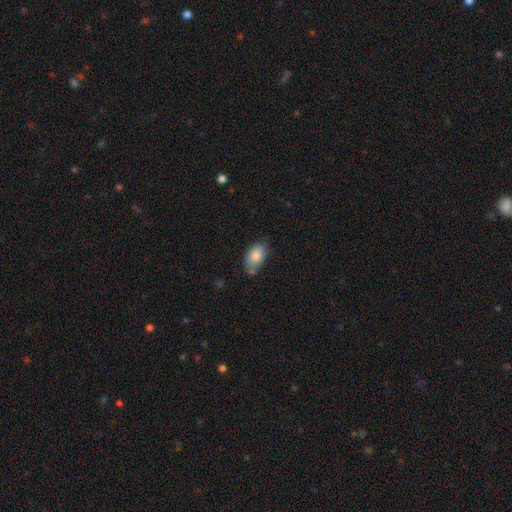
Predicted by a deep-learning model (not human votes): smooth 82%, featured or disk 11%, star or artifact 7%. Down the decision tree: how rounded — in between (93%); merging — none (61%).